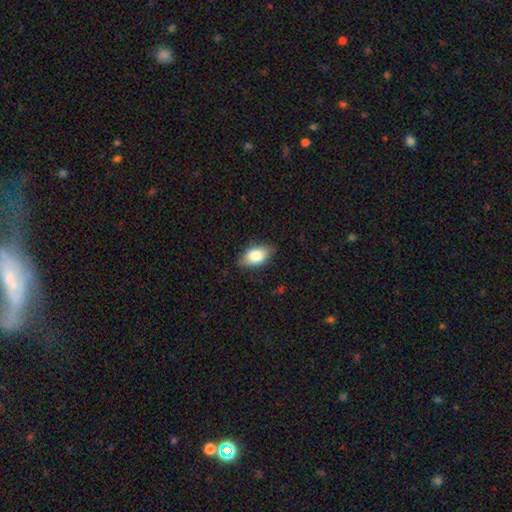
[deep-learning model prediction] smooth_or_featured: smooth (p=0.78) [alt: featured or disk p=0.15]
how_rounded: in between (p=0.89) [alt: round p=0.07]
merging: none (p=0.79) [alt: minor disturbance p=0.17]